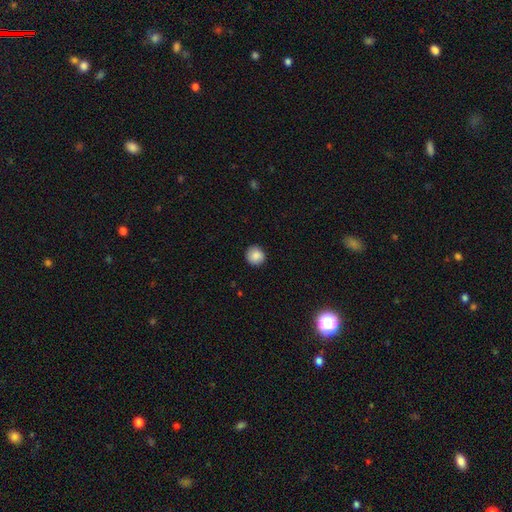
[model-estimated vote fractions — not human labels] The model was most divided on "smooth or featured": smooth: 87%, star or artifact: 9%, featured or disk: 5%. More confident: how rounded — round (93%); merging — none (90%).